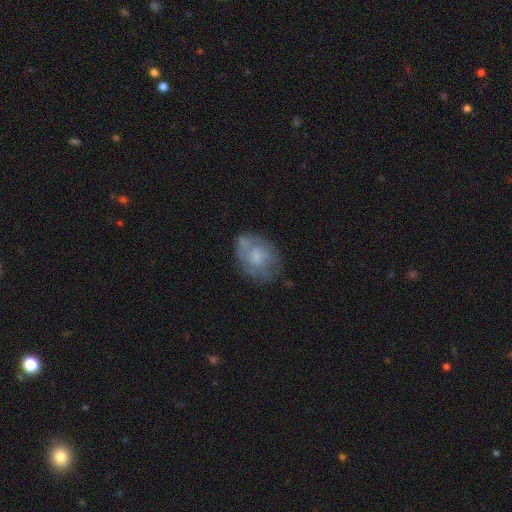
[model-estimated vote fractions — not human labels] Overall: smooth (49%; featured or disk 42%). Merging: none (61%; minor disturbance 24%).